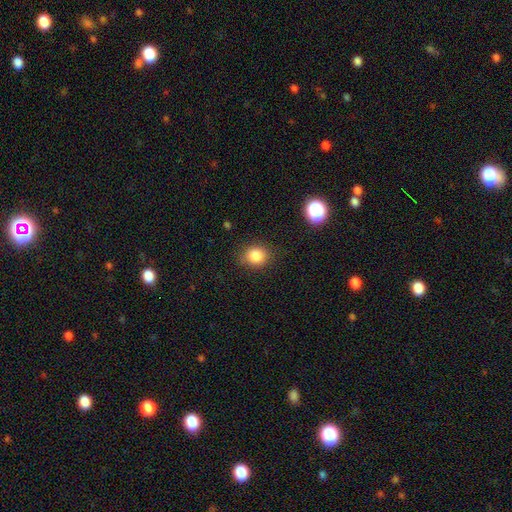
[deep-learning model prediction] smooth-or-featured: smooth: 84% | star or artifact: 11% | featured or disk: 5%
  how-rounded: round: 66% | in between: 33% | cigar-shaped: 1%
  merging: none: 83% | minor disturbance: 12% | major disturbance: 3% | merger: 2%